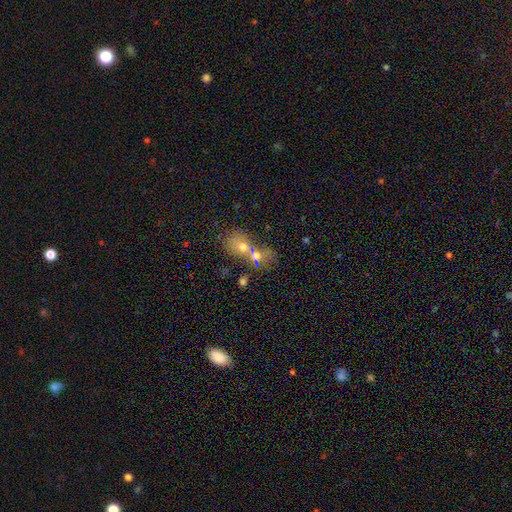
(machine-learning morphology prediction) smooth_or_featured: smooth (p=0.58) [alt: featured or disk p=0.27]
how_rounded: in between (p=0.51) [alt: round p=0.46]
merging: merger (p=0.68) [alt: none p=0.18]